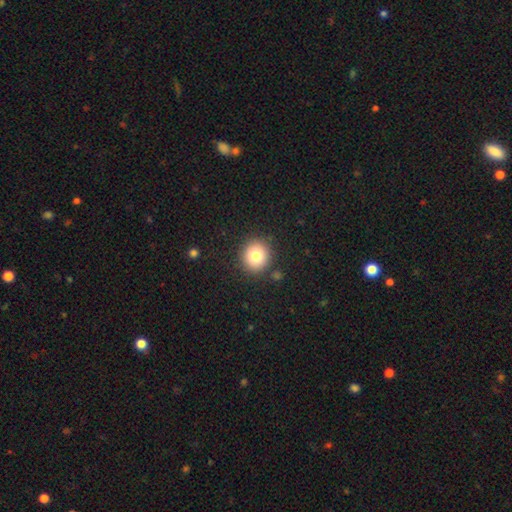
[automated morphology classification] Smooth or featured? Predicted: smooth (p=0.79). How rounded? Predicted: round (p=0.89). Merging? Predicted: none (p=0.89).